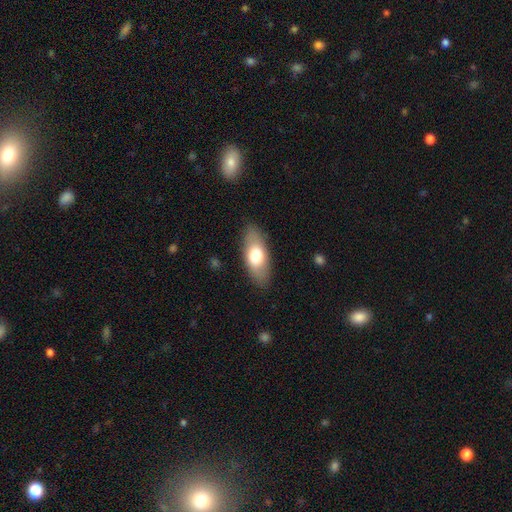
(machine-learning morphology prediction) Smooth or featured? smooth (68%)
How rounded? in between (84%)
Merging? none (86%)